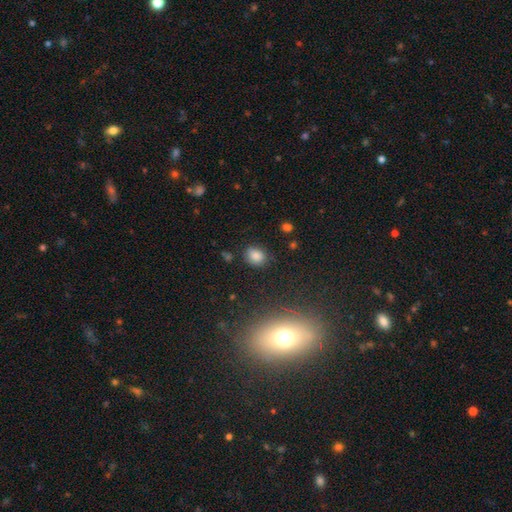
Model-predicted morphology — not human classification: Overall: smooth (81%). How rounded: in between (53%; round 45%). Merging: none (82%).